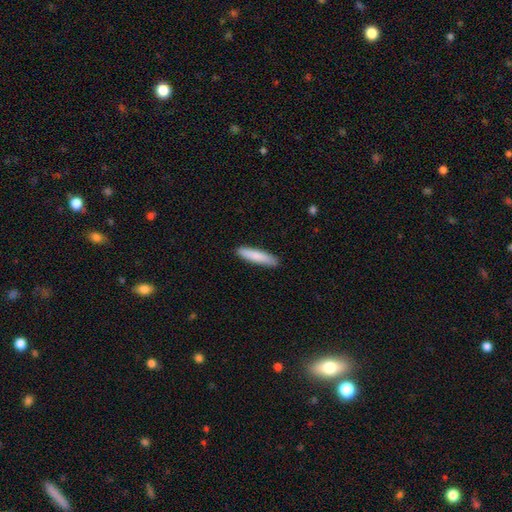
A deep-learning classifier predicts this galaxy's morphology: A smooth galaxy with no disk features (83%) that is cigar-shaped (86%). Merging: none (89%).